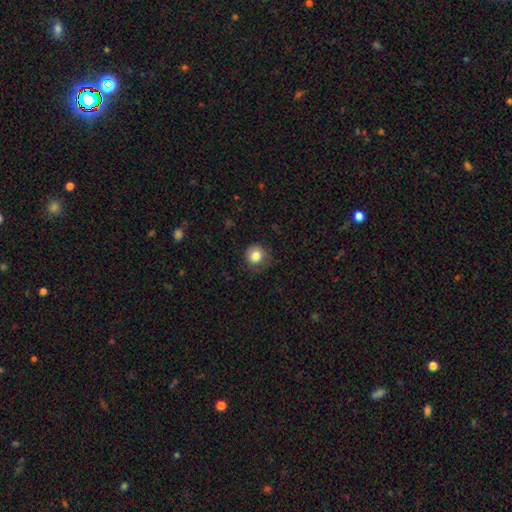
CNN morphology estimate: A smooth galaxy with no disk features (83%) that is round (91%).

Vote fractions:
- Smooth or featured? smooth: 83% / star or artifact: 10% / featured or disk: 7%
- How rounded? round: 91% / in between: 8% / cigar-shaped: 1%
- Merging? none: 81% / minor disturbance: 14% / major disturbance: 4% / merger: 1%